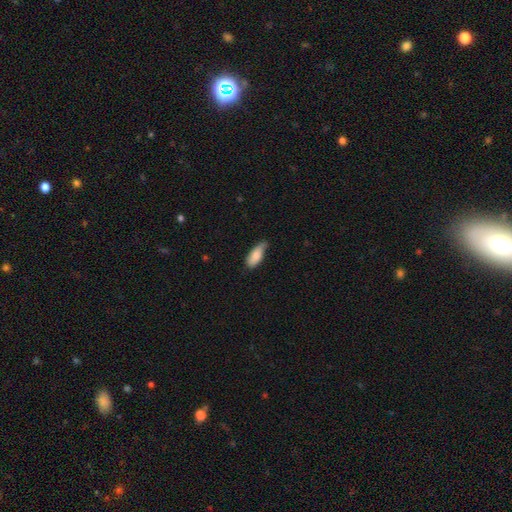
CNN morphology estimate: Smooth or featured?
  - smooth: 82% *
  - featured or disk: 12%
  - star or artifact: 6%
How rounded?
  - in between: 77% *
  - cigar-shaped: 21%
  - round: 2%
Merging?
  - none: 51% *
  - minor disturbance: 40%
  - major disturbance: 7%
  - merger: 2%